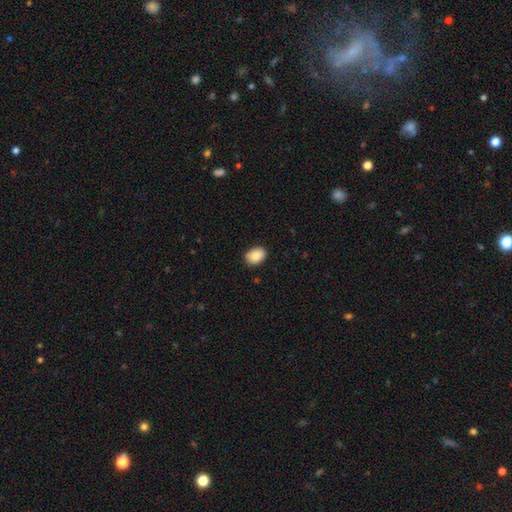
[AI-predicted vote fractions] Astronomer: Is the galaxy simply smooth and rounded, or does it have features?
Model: smooth — 88%.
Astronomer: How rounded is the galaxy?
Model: in between — 74%.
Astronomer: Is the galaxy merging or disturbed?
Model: none — 87%.